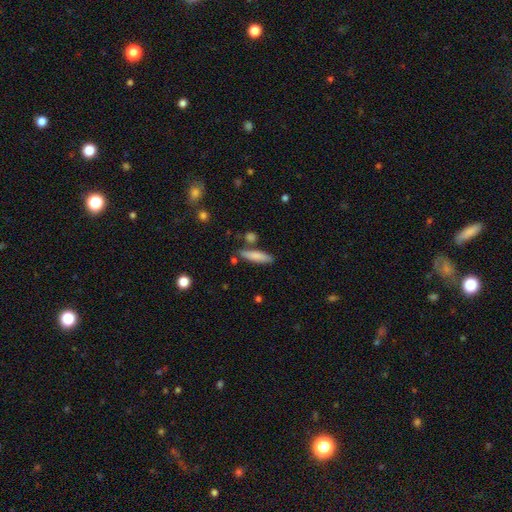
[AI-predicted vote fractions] Smooth or featured? Predicted: smooth (p=0.80). How rounded? Predicted: cigar-shaped (p=0.73). Merging? Predicted: none (p=0.77).